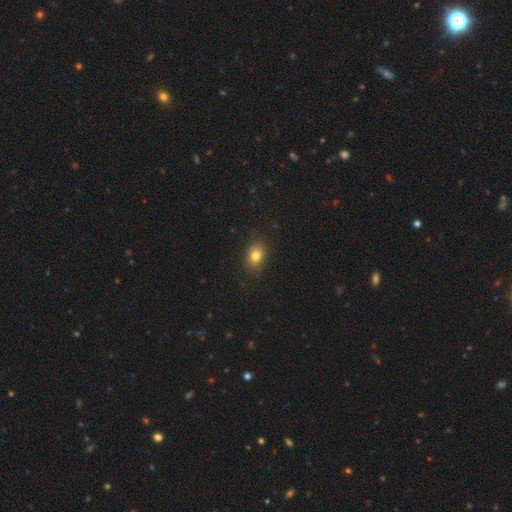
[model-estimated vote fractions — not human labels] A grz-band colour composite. It shows a smooth galaxy with no disk features (80%) that is in between round and cigar-shaped (62%). Merging: none (85%).